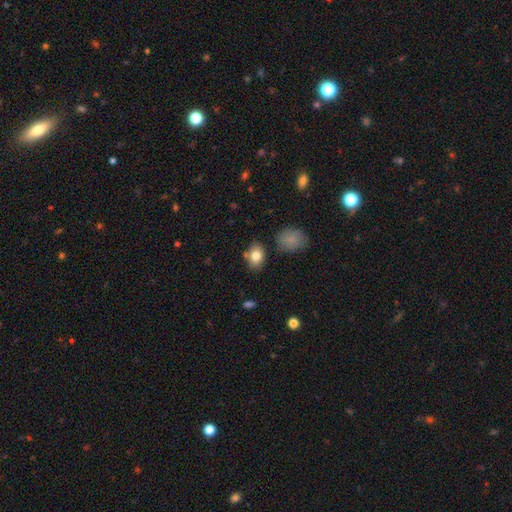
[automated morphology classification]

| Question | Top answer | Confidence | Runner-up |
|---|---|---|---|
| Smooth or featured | smooth | 81% | featured or disk (11%) |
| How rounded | in between | 74% | round (25%) |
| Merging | none | 76% | minor disturbance (14%) |